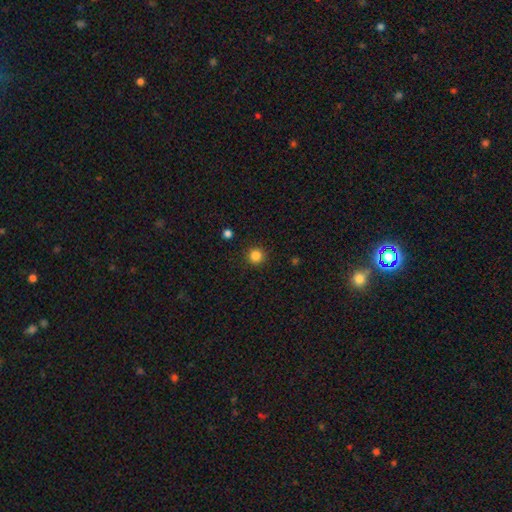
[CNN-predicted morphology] Smooth or featured? smooth (84%)
How rounded? round (95%)
Merging? none (92%)